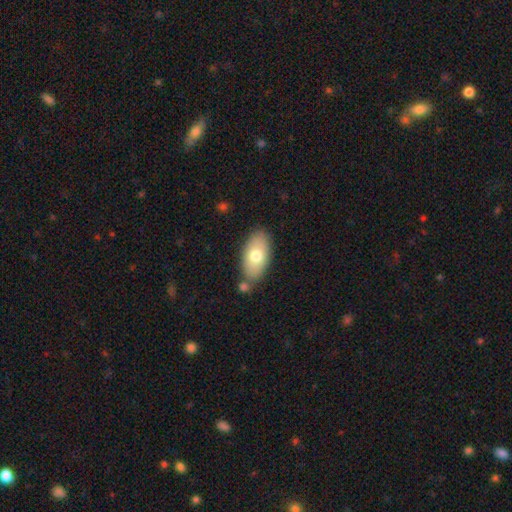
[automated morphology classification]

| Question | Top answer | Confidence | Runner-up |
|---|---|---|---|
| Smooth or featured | smooth | 72% | featured or disk (21%) |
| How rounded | in between | 93% | round (4%) |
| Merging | none | 73% | minor disturbance (13%) |